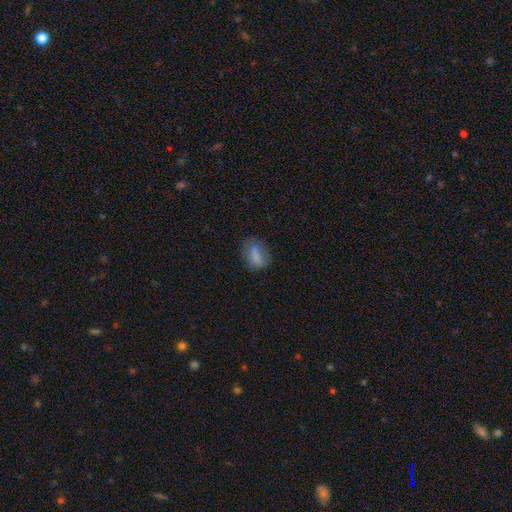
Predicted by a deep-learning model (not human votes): The model was most divided on "merging": none: 66%, minor disturbance: 22%, major disturbance: 9%, merger: 2%. More confident: smooth or featured — smooth (79%); how rounded — in between (78%).